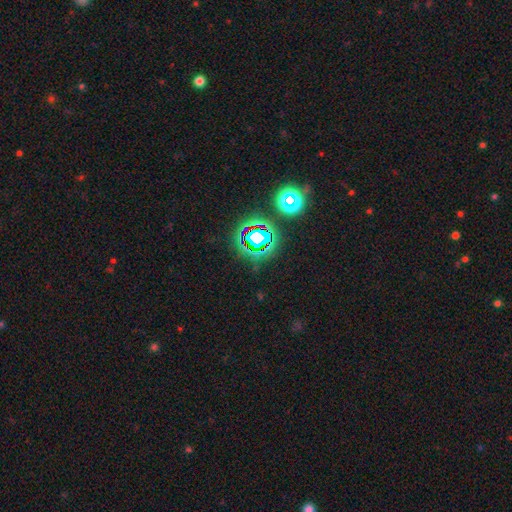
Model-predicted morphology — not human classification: type=star or artifact (77%).